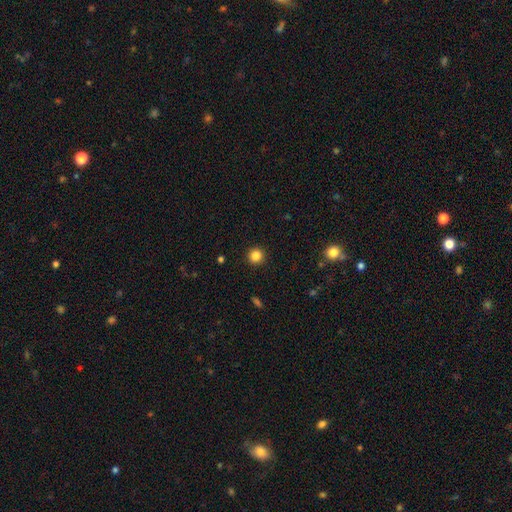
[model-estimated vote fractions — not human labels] Smooth or featured? Predicted: smooth (p=0.84). How rounded? Predicted: round (p=0.94). Merging? Predicted: none (p=0.93).